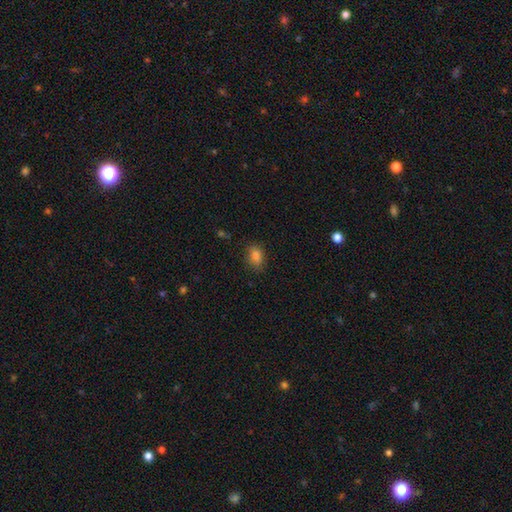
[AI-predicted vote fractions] A smooth galaxy with no disk features (84%) that is in between round and cigar-shaped (79%). Merging: none (79%).